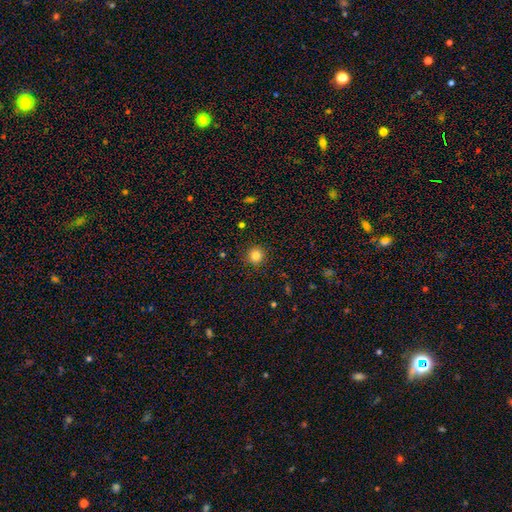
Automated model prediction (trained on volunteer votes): smooth 83%, star or artifact 12%, featured or disk 5%. Down the decision tree: how rounded — round (94%); merging — none (91%).